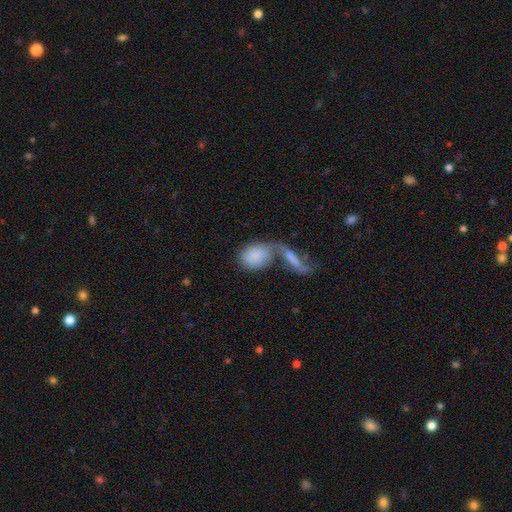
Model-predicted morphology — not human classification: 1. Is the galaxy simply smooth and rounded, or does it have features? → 78% smooth, 15% featured or disk, 7% star or artifact.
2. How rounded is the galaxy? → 82% in between, 14% round, 4% cigar-shaped.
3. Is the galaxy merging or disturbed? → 60% merger, 19% none, 12% major disturbance, 9% minor disturbance.